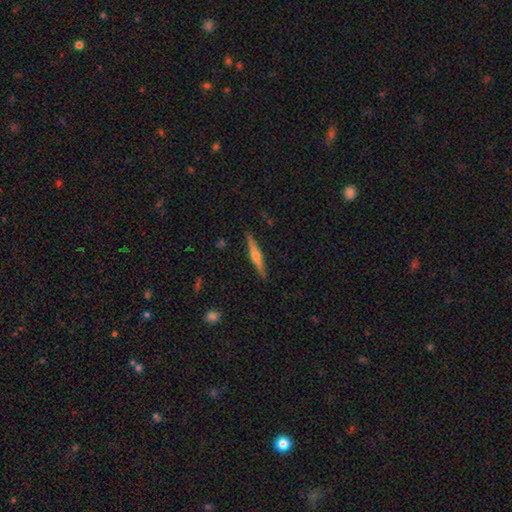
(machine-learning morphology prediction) smooth-or-featured: featured or disk: 66% | smooth: 28% | star or artifact: 6%
  disk-edge-on: yes: 98% | no: 2%
    edge-on-bulge: rounded: 88% | none: 6% | boxy: 6%
  merging: none: 90% | minor disturbance: 7% | major disturbance: 1% | merger: 1%